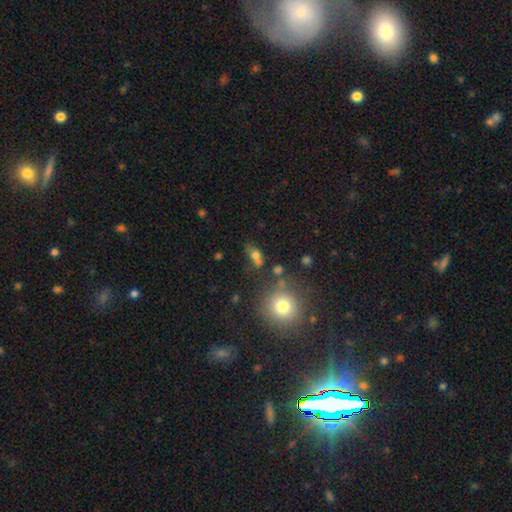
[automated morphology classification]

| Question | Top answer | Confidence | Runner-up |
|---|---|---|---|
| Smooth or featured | smooth | 68% | featured or disk (16%) |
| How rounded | in between | 64% | round (29%) |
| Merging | none | 46% | merger (29%) |